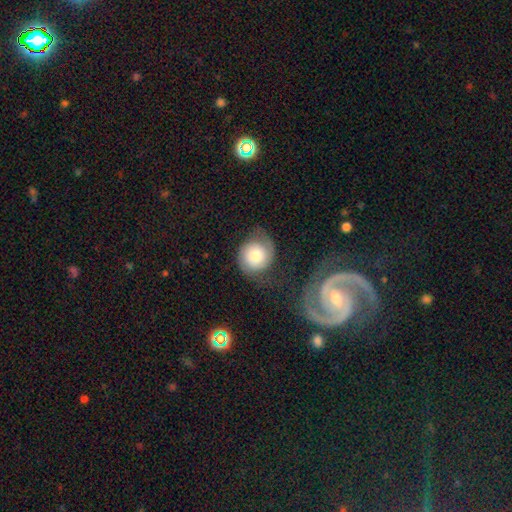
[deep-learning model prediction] featured or disk 49%, smooth 44%, star or artifact 7%. Down the decision tree: merging — none (53%).